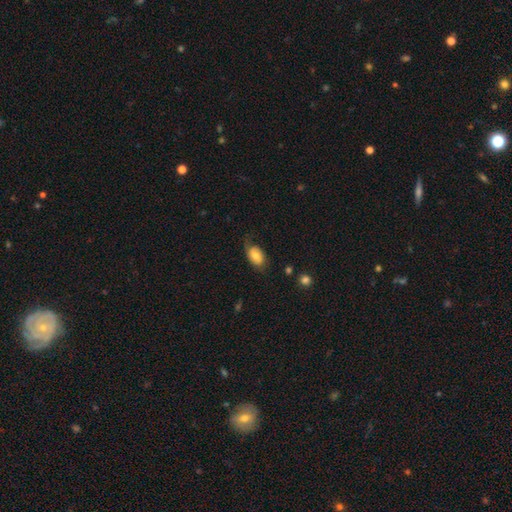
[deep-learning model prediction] Smooth or featured? Predicted: smooth (p=0.66). How rounded? Predicted: in between (p=0.91). Merging? Predicted: none (p=0.57).